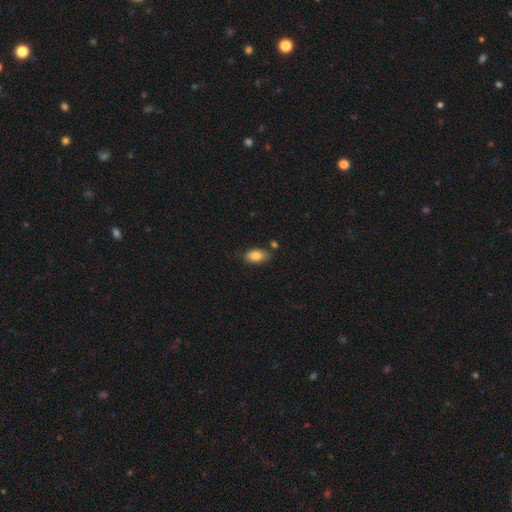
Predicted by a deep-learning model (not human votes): Morphology: type=smooth (84%); roundness=in between (92%); merging=none (77%).